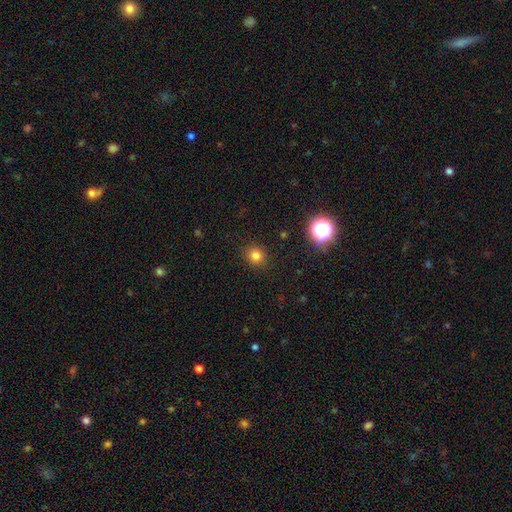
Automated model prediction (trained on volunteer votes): Smooth or featured?
  - smooth: 79% *
  - star or artifact: 15%
  - featured or disk: 5%
How rounded?
  - round: 81% *
  - in between: 18%
  - cigar-shaped: 1%
Merging?
  - none: 89% *
  - minor disturbance: 8%
  - major disturbance: 2%
  - merger: 1%